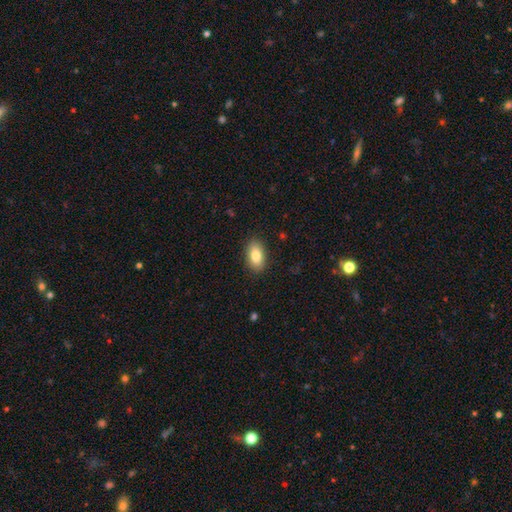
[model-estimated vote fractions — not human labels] Smooth or featured? Predicted: smooth (p=0.83). How rounded? Predicted: in between (p=0.91). Merging? Predicted: none (p=0.88).